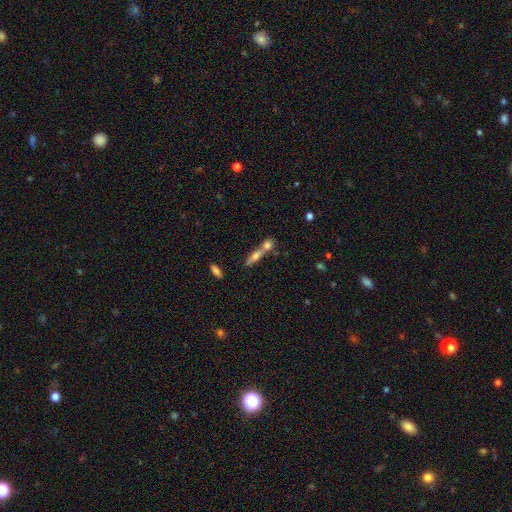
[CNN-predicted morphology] smooth 58%, featured or disk 32%, star or artifact 10%. Down the decision tree: how rounded — cigar-shaped (59%); merging — merger (55%).